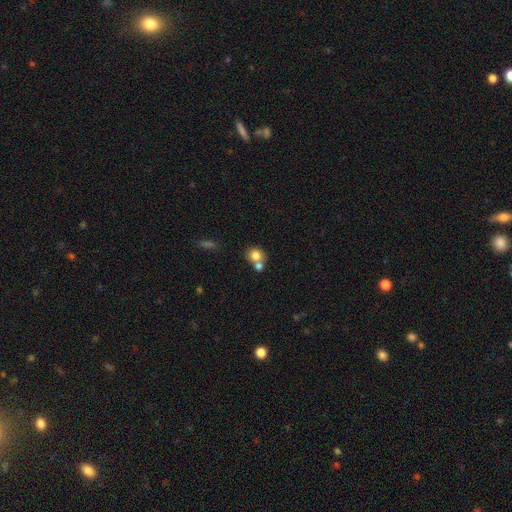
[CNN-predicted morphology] smooth_or_featured: smooth (p=0.79) [alt: featured or disk p=0.11]
how_rounded: round (p=0.75) [alt: in between p=0.24]
merging: none (p=0.45) [alt: merger p=0.43]